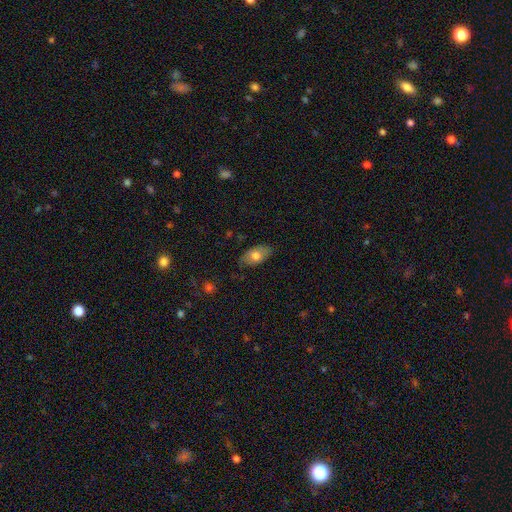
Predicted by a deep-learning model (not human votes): Smooth or featured? Predicted: smooth (p=0.69). How rounded? Predicted: in between (p=0.92). Merging? Predicted: none (p=0.76).